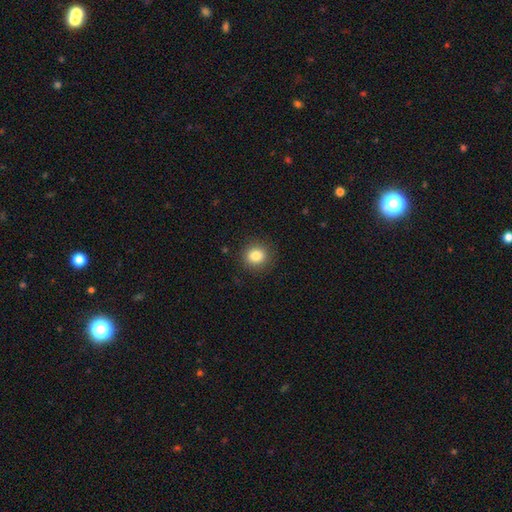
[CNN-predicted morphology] Smooth or featured? Predicted: smooth (p=0.83). How rounded? Predicted: round (p=0.87). Merging? Predicted: none (p=0.89).